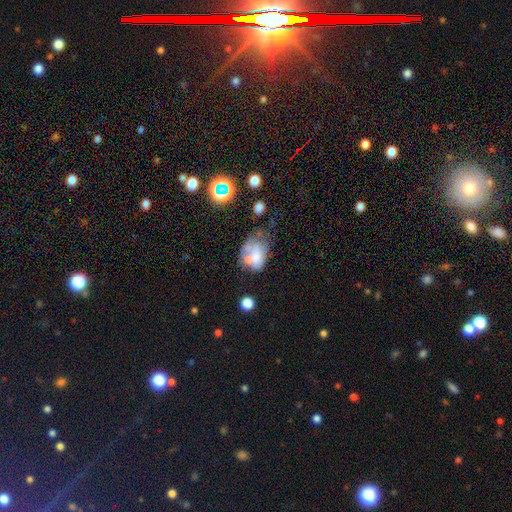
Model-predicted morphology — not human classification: Smooth or featured? smooth (51%)
How rounded? in between (72%)
Merging? minor disturbance (25%, tied with major disturbance and merger)